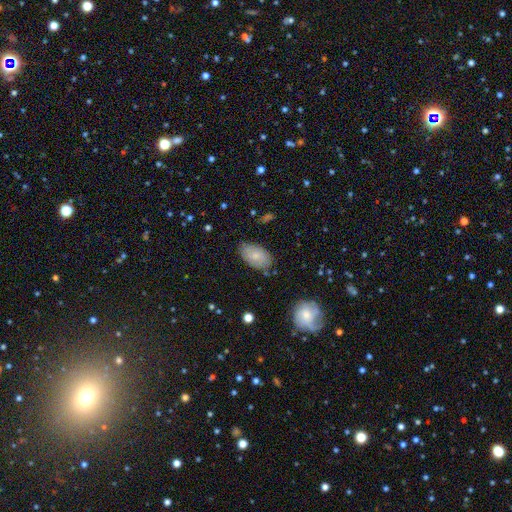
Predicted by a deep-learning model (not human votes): A smooth galaxy with no disk features (73%) that is in between round and cigar-shaped (94%).

Vote fractions:
- Smooth or featured? smooth: 73% / featured or disk: 20% / star or artifact: 7%
- How rounded? in between: 94% / round: 5% / cigar-shaped: 2%
- Merging? none: 78% / minor disturbance: 17% / major disturbance: 3% / merger: 2%